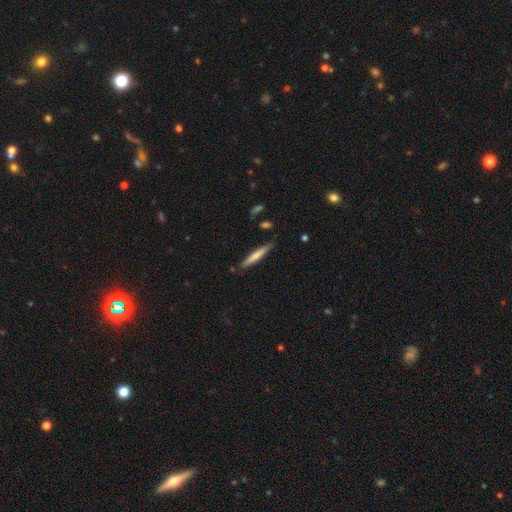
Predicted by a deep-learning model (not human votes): smooth 64%, featured or disk 30%, star or artifact 6%. Down the decision tree: how rounded — cigar-shaped (94%); merging — none (85%).